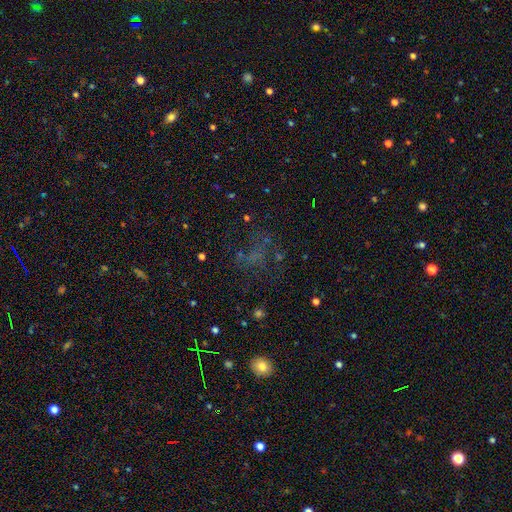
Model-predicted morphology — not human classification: Smooth or featured?
  - star or artifact: 43% *
  - smooth: 32%
  - featured or disk: 26%